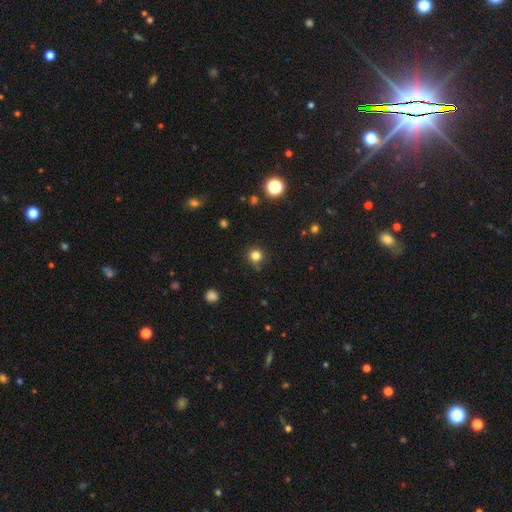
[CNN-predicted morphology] Smooth or featured? smooth (80%)
How rounded? round (94%)
Merging? none (84%)